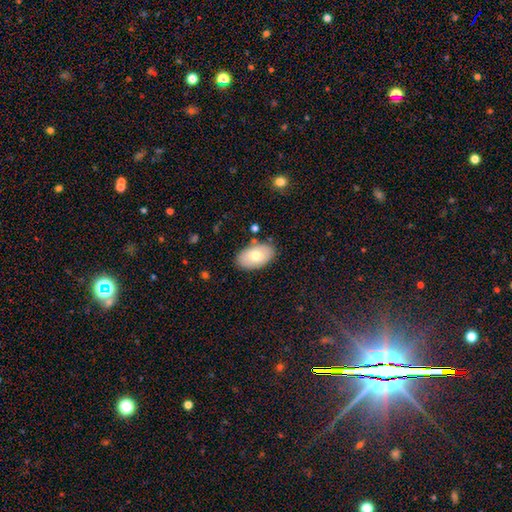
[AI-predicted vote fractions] This appears to be a smooth galaxy with no disk features (71%) that is in between round and cigar-shaped (94%). Merging: none (84%).